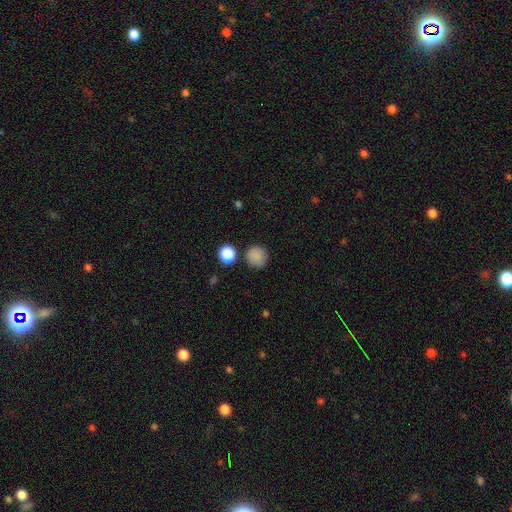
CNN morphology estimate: Smooth or featured: smooth — 85% (star or artifact — 11%)
How rounded: round — 92% (in between — 7%)
Merging: none — 84% (minor disturbance — 9%)